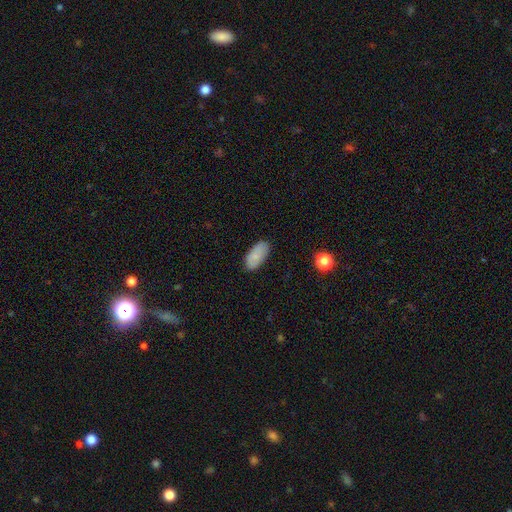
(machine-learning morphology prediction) Smooth or featured?
  - smooth: 83% *
  - featured or disk: 9%
  - star or artifact: 8%
How rounded?
  - in between: 93% *
  - cigar-shaped: 5%
  - round: 2%
Merging?
  - none: 83% *
  - minor disturbance: 13%
  - major disturbance: 3%
  - merger: 1%